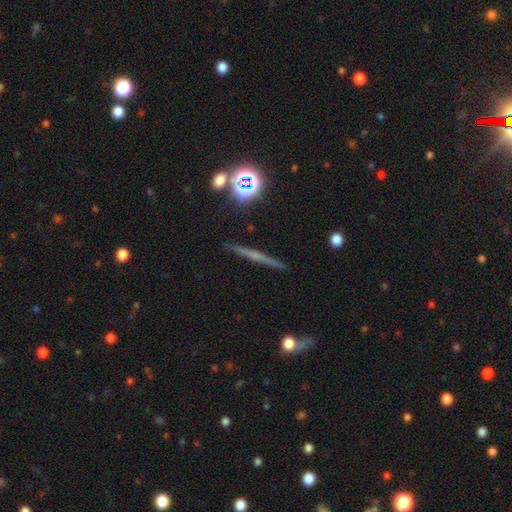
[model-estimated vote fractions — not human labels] featured or disk 56%, smooth 28%, star or artifact 16%. Down the decision tree: edge-on disk — yes (96%); edge-on bulge — none (59%); merging — none (90%).